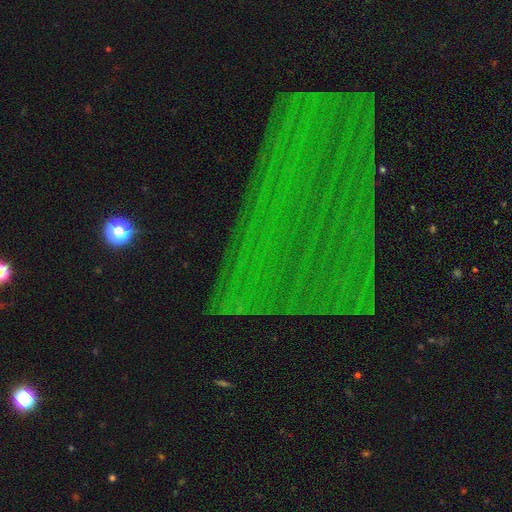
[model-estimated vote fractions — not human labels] The model was most divided on "smooth or featured": star or artifact: 77%, featured or disk: 13%, smooth: 11%.